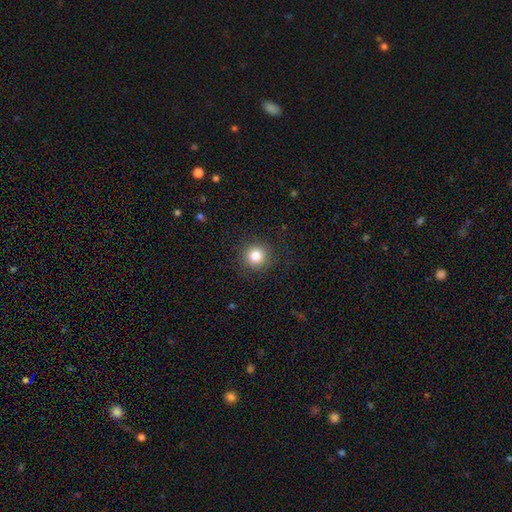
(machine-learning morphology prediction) Overall: smooth (84%). How rounded: round (94%). Merging: none (89%).